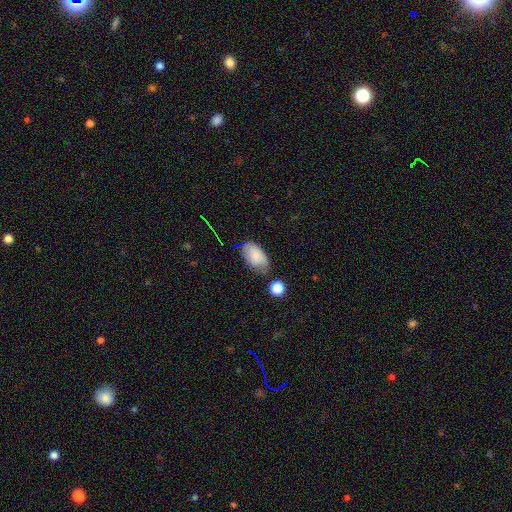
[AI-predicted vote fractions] A smooth galaxy with no disk features (77%) that is in between round and cigar-shaped (92%).

Vote fractions:
- Smooth or featured? smooth: 77% / featured or disk: 14% / star or artifact: 9%
- How rounded? in between: 92% / round: 6% / cigar-shaped: 2%
- Merging? none: 58% / minor disturbance: 29% / major disturbance: 8% / merger: 6%